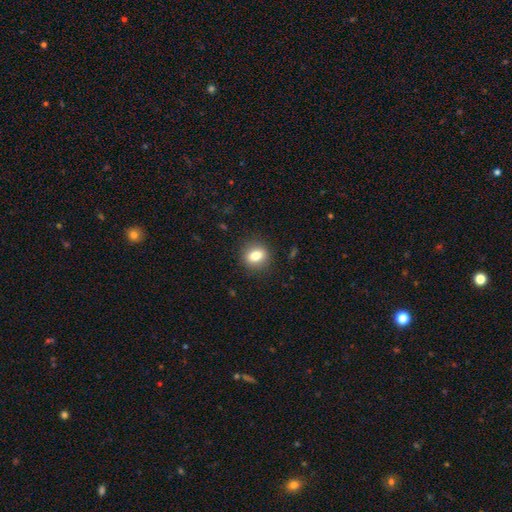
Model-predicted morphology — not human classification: This is likely a smooth galaxy (79%). How rounded: likely round (64%). Merging: clearly none (89%).